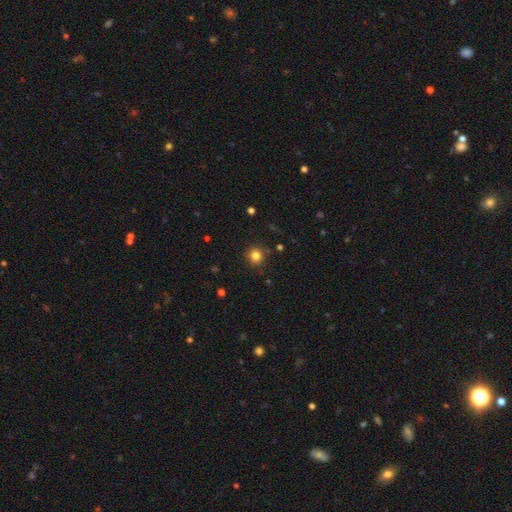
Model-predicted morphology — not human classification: This is clearly a smooth galaxy (81%). How rounded: clearly round (92%). Merging: clearly none (89%).